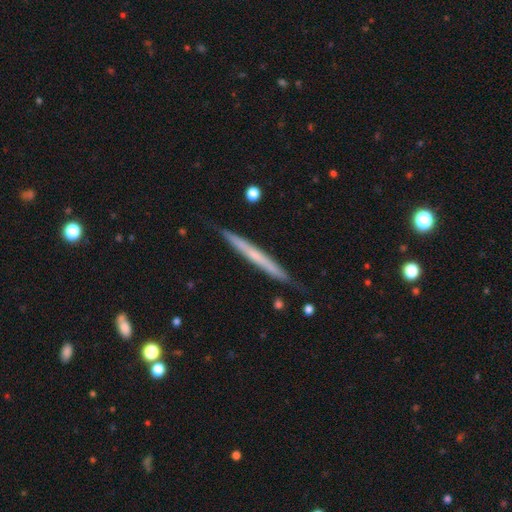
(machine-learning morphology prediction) Smooth or featured? Predicted: featured or disk (p=0.48). Merging? Predicted: none (p=0.87).